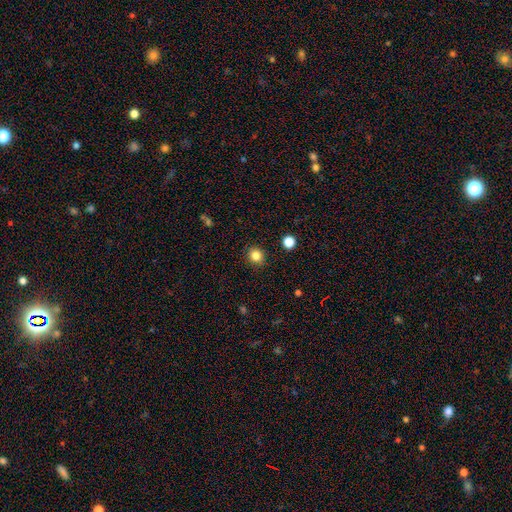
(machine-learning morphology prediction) Smooth or featured? smooth (84%)
How rounded? round (84%)
Merging? none (90%)